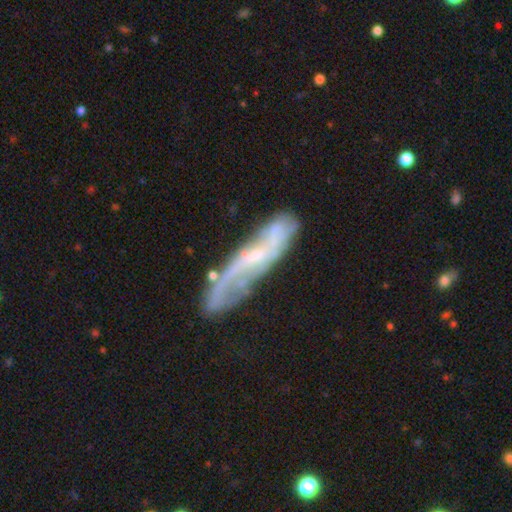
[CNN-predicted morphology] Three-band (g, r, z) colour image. It shows a featured or disk galaxy (73%). Merging: none (65%).